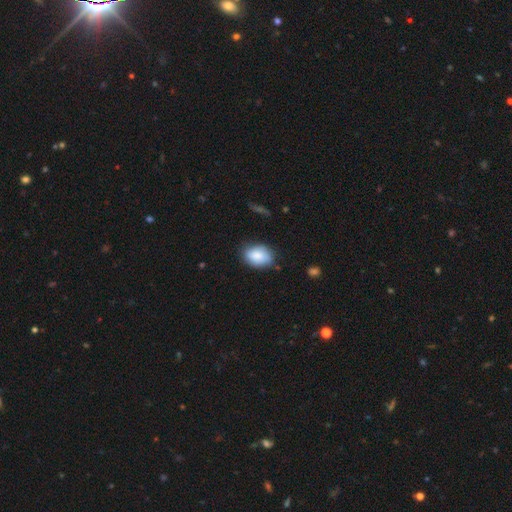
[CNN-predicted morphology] This is clearly a smooth galaxy (83%). How rounded: clearly in between (83%). Merging: likely none (69%).